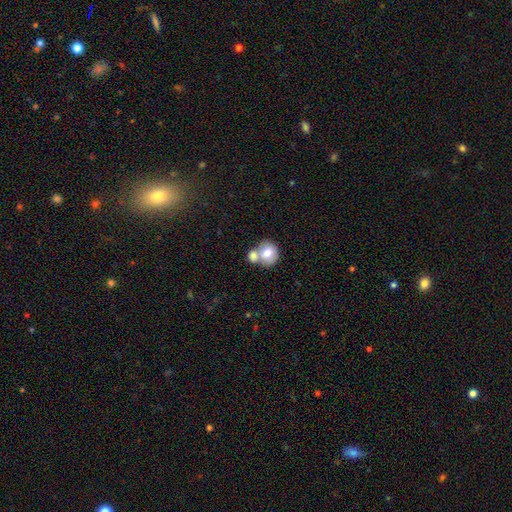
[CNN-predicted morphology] Smooth or featured: smooth — 74% (featured or disk — 18%)
How rounded: round — 73% (in between — 26%)
Merging: merger — 57% (none — 32%)